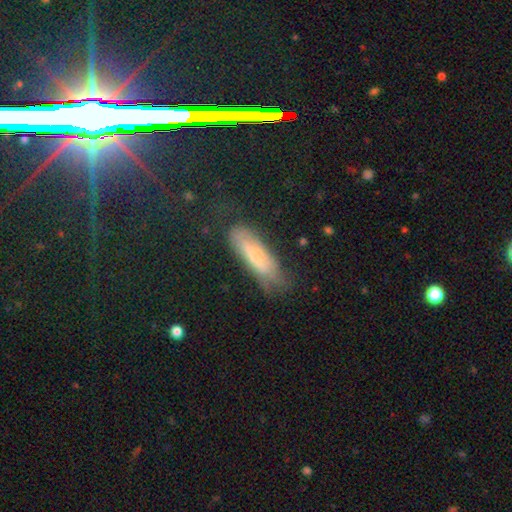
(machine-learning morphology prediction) A smooth galaxy with no disk features (54%) that is cigar-shaped (55%). Merging: none (59%).